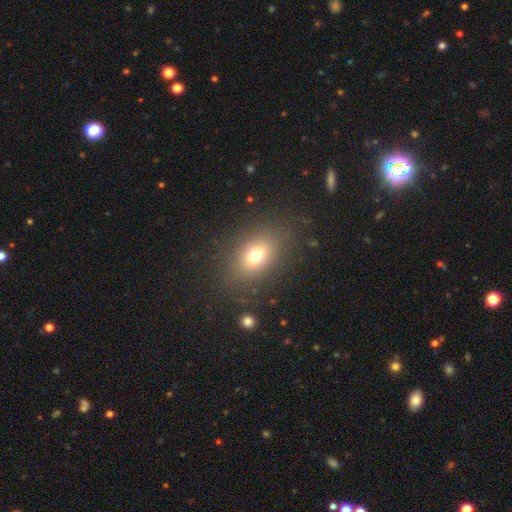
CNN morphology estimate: This is likely a smooth galaxy (71%). How rounded: likely in between (72%). Merging: clearly none (82%).